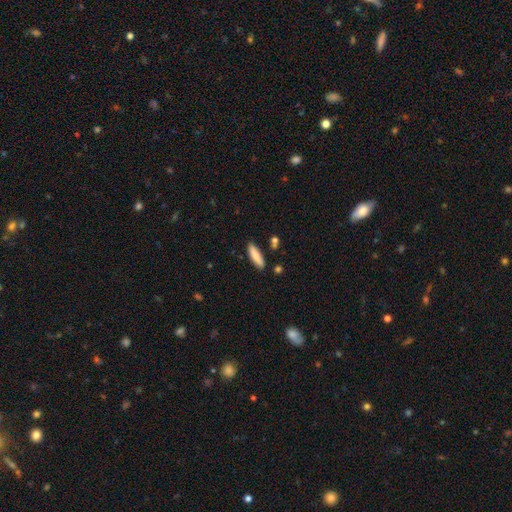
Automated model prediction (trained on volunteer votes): smooth_or_featured: smooth (p=0.82) [alt: featured or disk p=0.12]
how_rounded: cigar-shaped (p=0.63) [alt: in between p=0.35]
merging: none (p=0.85) [alt: minor disturbance p=0.10]